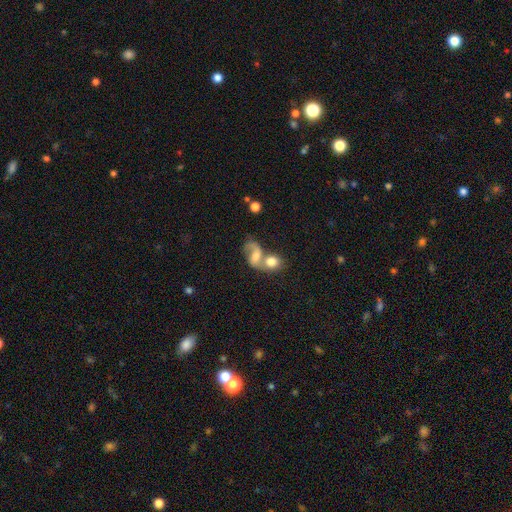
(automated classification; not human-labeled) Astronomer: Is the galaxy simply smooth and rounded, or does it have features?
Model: featured or disk — 49% (runner-up: smooth, 41%).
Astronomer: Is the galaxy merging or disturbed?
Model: merger — 65%.